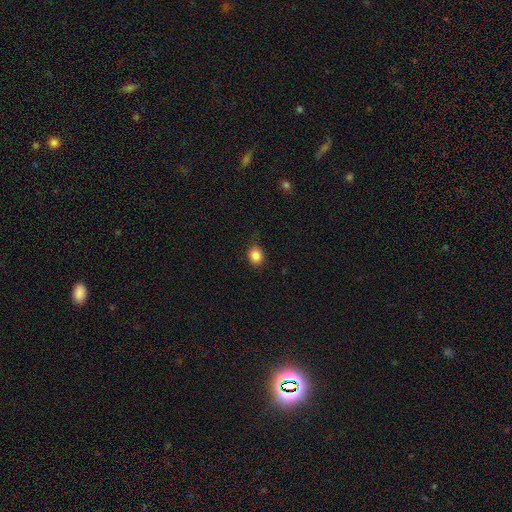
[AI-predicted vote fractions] Overall: smooth (86%). How rounded: round (68%; in between 31%). Merging: none (83%).